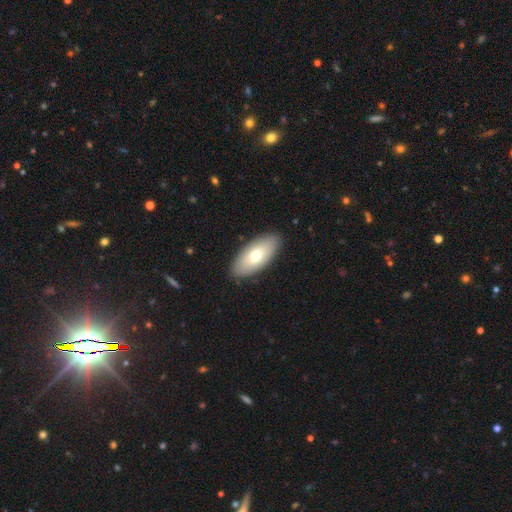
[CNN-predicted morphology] Q: Smooth or featured?
A: smooth (71%); runner-up: featured or disk (23%)
Q: How rounded?
A: in between (90%); runner-up: cigar-shaped (7%)
Q: Merging?
A: none (88%); runner-up: minor disturbance (9%)